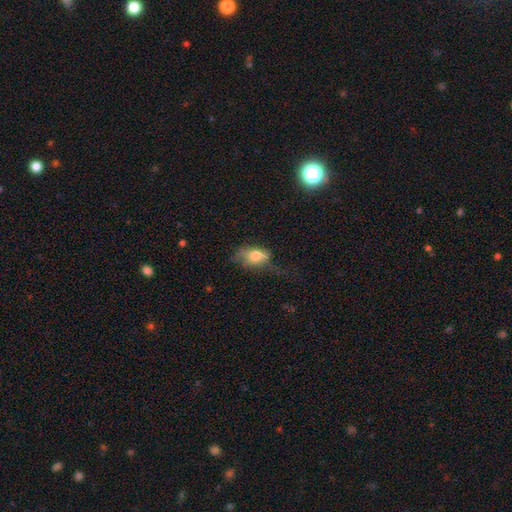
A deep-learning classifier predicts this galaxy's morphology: A smooth galaxy with no disk features (68%) that is in between round and cigar-shaped (84%).

Vote fractions:
- Smooth or featured? smooth: 68% / featured or disk: 22% / star or artifact: 10%
- How rounded? in between: 84% / round: 12% / cigar-shaped: 4%
- Merging? major disturbance: 33% (tied) / none: 33% (tied) / minor disturbance: 31% / merger: 3%